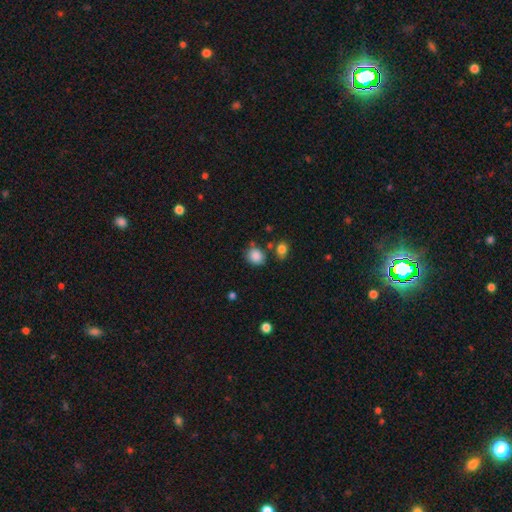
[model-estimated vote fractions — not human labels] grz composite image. It shows a smooth galaxy with no disk features (86%) that is round (68%). Merging: none (69%).